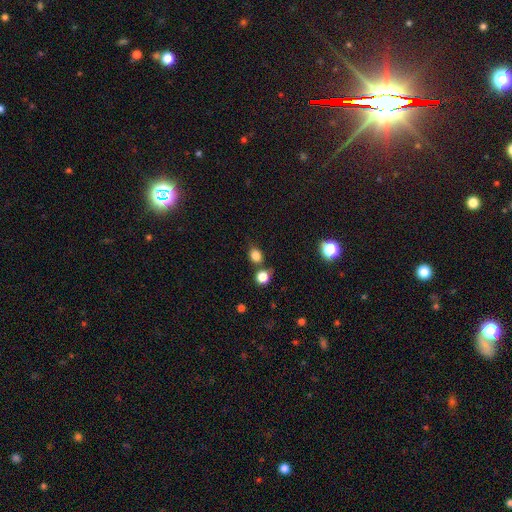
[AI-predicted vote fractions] Overall: smooth (82%). How rounded: round (56%; in between 43%). Merging: none (67%).